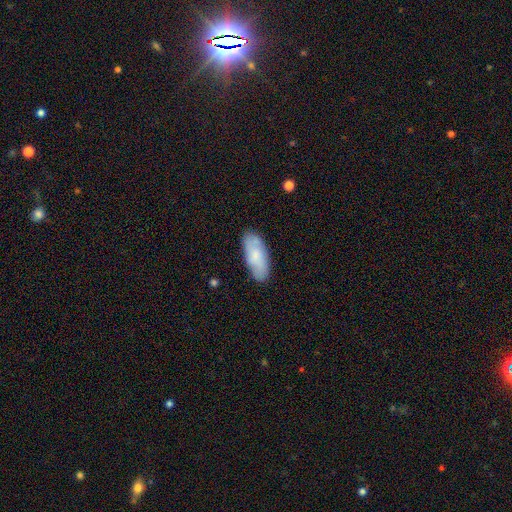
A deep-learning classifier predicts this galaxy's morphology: Overall: smooth (71%). How rounded: in between (81%). Merging: none (82%).